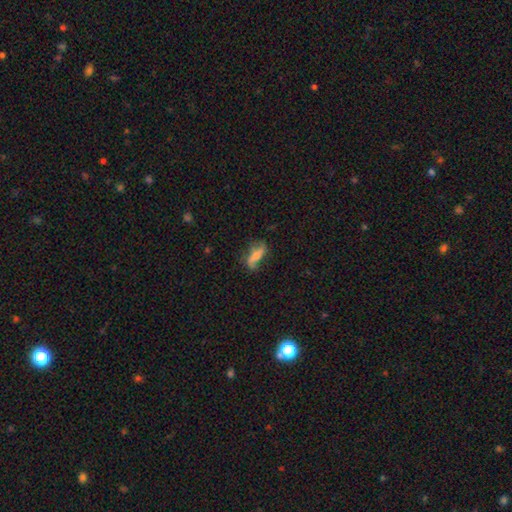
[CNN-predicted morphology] featured or disk 53%, smooth 38%, star or artifact 10%. Down the decision tree: edge-on disk — no (79%); merging — none (58%).